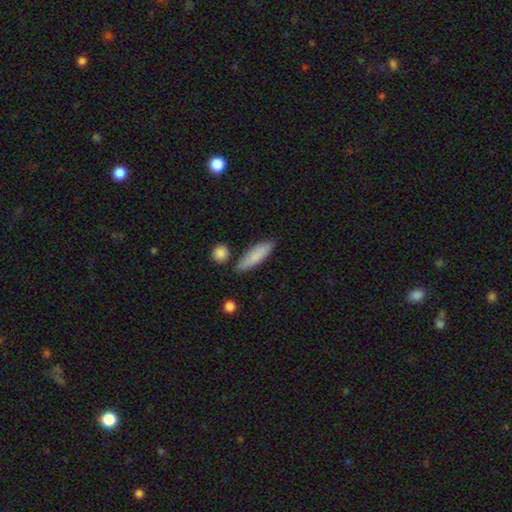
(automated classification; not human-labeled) A smooth galaxy with no disk features (80%) that is cigar-shaped (62%). Merging: none (80%).